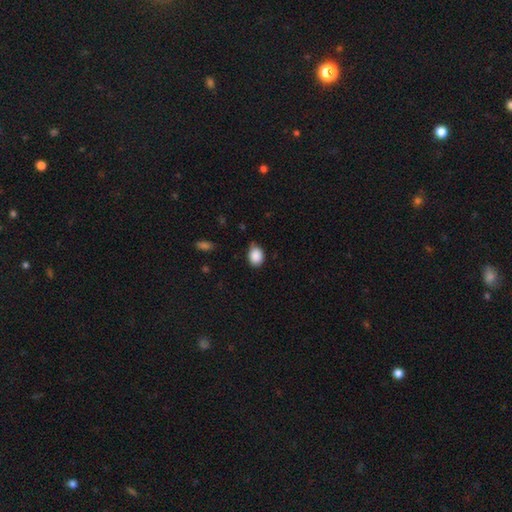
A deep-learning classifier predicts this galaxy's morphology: A smooth galaxy with no disk features (89%) that is in between round and cigar-shaped (60%).

Vote fractions:
- Smooth or featured? smooth: 89% / star or artifact: 8% / featured or disk: 4%
- How rounded? in between: 60% / round: 39% / cigar-shaped: 1%
- Merging? none: 68% / minor disturbance: 26% / major disturbance: 4% / merger: 2%